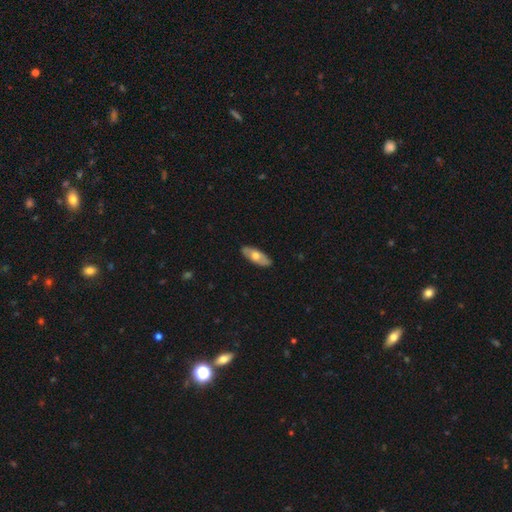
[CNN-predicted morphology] smooth-or-featured: smooth: 60% | featured or disk: 35% | star or artifact: 5%
  how-rounded: in between: 78% | cigar-shaped: 19% | round: 3%
  merging: none: 88% | minor disturbance: 9% | major disturbance: 2% | merger: 1%